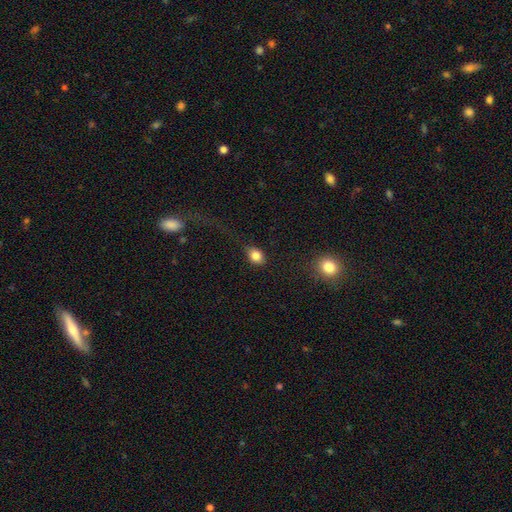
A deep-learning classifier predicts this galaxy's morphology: Smooth or featured: smooth — 83% (star or artifact — 9%)
How rounded: in between — 63% (round — 35%)
Merging: none — 75% (minor disturbance — 15%)